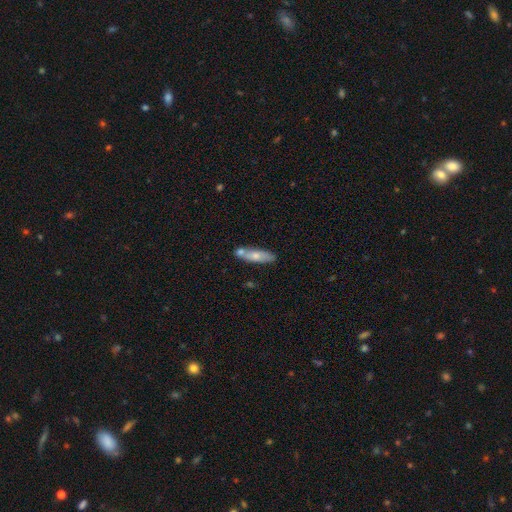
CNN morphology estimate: smooth-or-featured: smooth: 63% | featured or disk: 30% | star or artifact: 6%
  how-rounded: cigar-shaped: 59% | in between: 38% | round: 2%
  merging: none: 53% | merger: 27% | minor disturbance: 16% | major disturbance: 4%